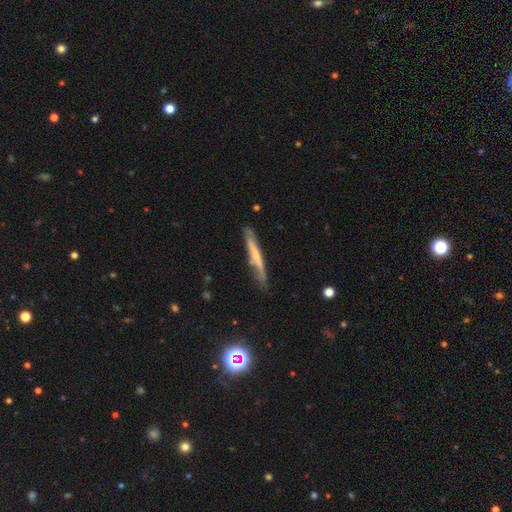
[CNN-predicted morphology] smooth_or_featured: featured or disk (p=0.50) [alt: smooth p=0.44]
disk_edge_on: yes (p=0.87) [alt: no p=0.13]
merging: none (p=0.74) [alt: minor disturbance p=0.19]